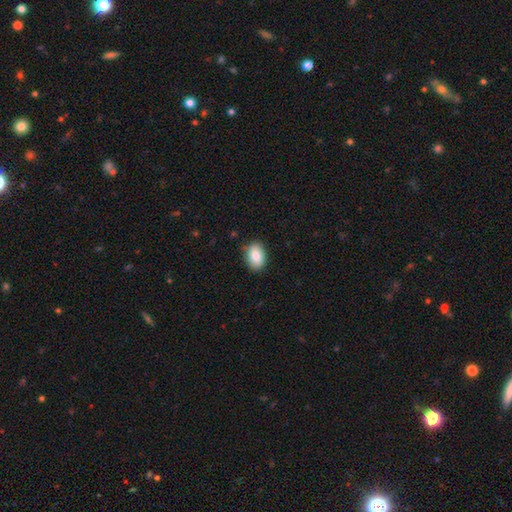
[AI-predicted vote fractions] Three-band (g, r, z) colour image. It shows a smooth galaxy with no disk features (85%) that is in between round and cigar-shaped (84%). Merging: none (87%).